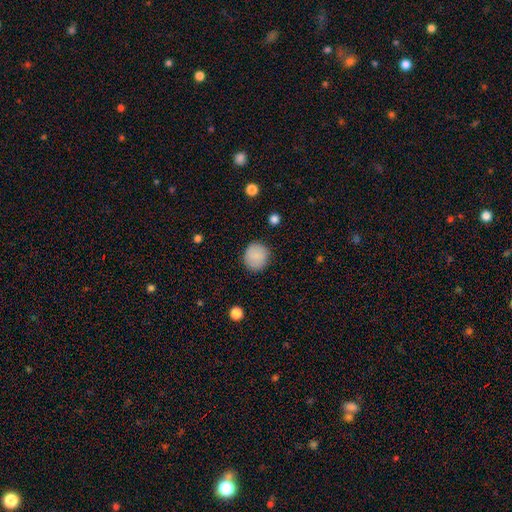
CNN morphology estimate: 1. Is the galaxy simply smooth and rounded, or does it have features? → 87% smooth, 8% star or artifact, 5% featured or disk.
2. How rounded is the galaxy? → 89% round, 10% in between, 1% cigar-shaped.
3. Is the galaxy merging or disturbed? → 88% none, 9% minor disturbance, 3% major disturbance, 1% merger.